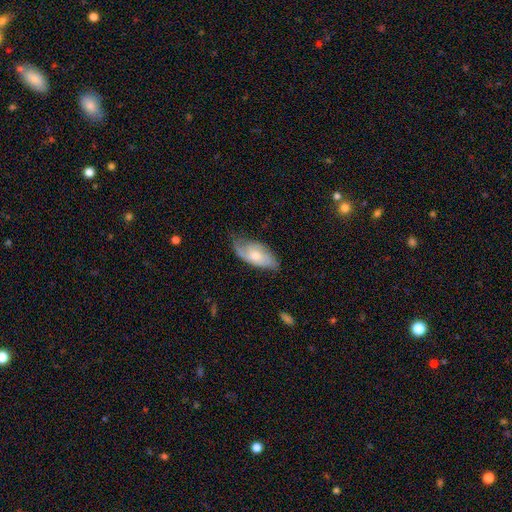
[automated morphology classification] This is possibly a featured or disk galaxy (52%). It is clearly not viewed edge-on (89%). Merging: likely none (61%).